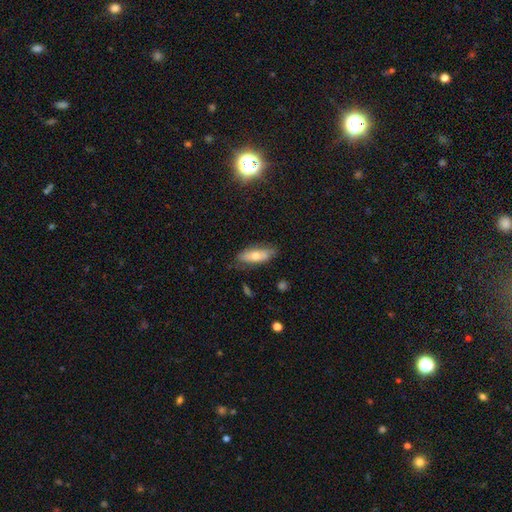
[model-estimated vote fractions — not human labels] A smooth galaxy with no disk features (62%) that is in between round and cigar-shaped (70%).

Vote fractions:
- Smooth or featured? smooth: 62% / featured or disk: 31% / star or artifact: 7%
- How rounded? in between: 70% / cigar-shaped: 28% / round: 3%
- Merging? none: 74% / minor disturbance: 20% / major disturbance: 4% / merger: 2%